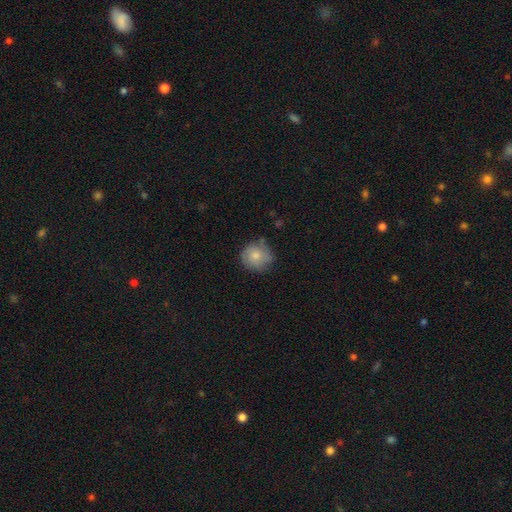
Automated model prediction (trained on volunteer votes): Morphology: type=smooth (69%); roundness=round (86%); merging=none (66%).